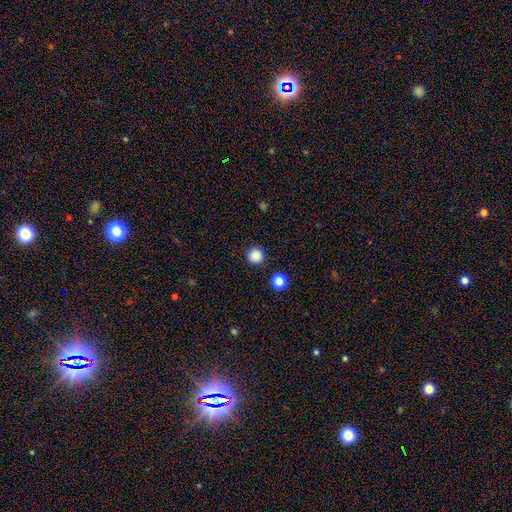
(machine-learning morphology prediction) A smooth galaxy with no disk features (86%) that is round (95%). Merging: none (91%).